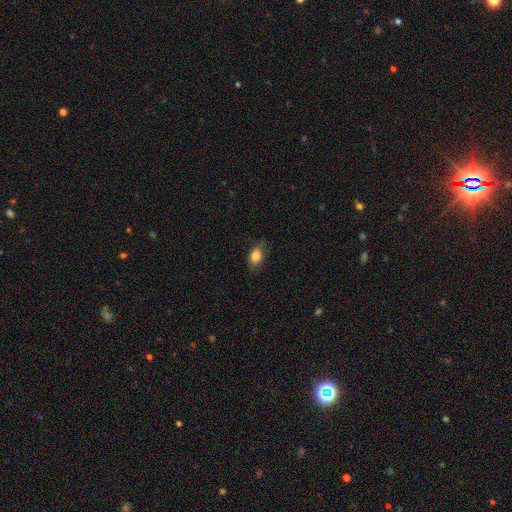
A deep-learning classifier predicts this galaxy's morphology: smooth-or-featured: smooth: 83% | featured or disk: 9% | star or artifact: 8%
  how-rounded: in between: 82% | round: 15% | cigar-shaped: 3%
  merging: none: 71% | minor disturbance: 22% | major disturbance: 6% | merger: 1%